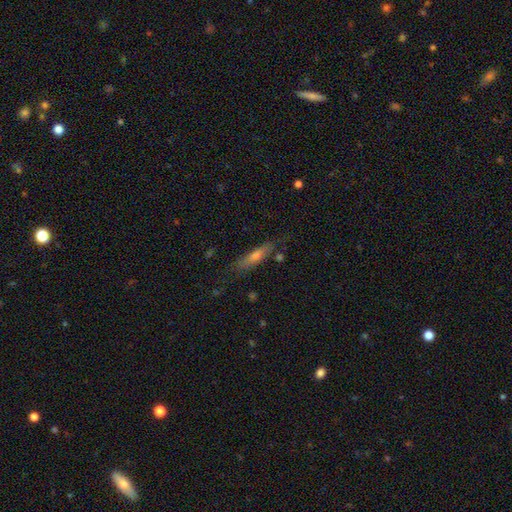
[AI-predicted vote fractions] smooth-or-featured: smooth: 53% | featured or disk: 39% | star or artifact: 9%
  how-rounded: cigar-shaped: 81% | in between: 17% | round: 2%
  merging: none: 77% | minor disturbance: 16% | major disturbance: 4% | merger: 3%